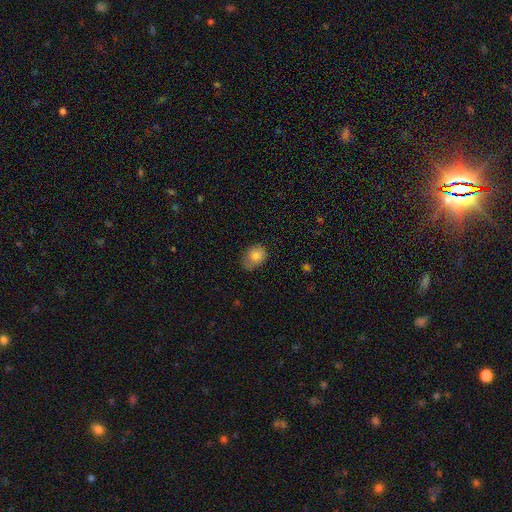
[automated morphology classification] This is clearly a smooth galaxy (80%). How rounded: likely in between (67%). Merging: likely none (62%).